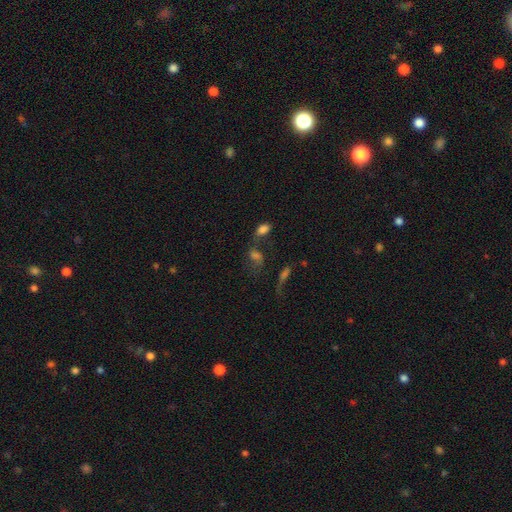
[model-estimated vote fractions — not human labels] A smooth galaxy with no disk features (55%) that is in between round and cigar-shaped (77%).

Vote fractions:
- Smooth or featured? smooth: 55% / featured or disk: 25% / star or artifact: 20%
- How rounded? in between: 77% / round: 17% / cigar-shaped: 6%
- Merging? merger: 42% / none: 31% / major disturbance: 14% / minor disturbance: 13%